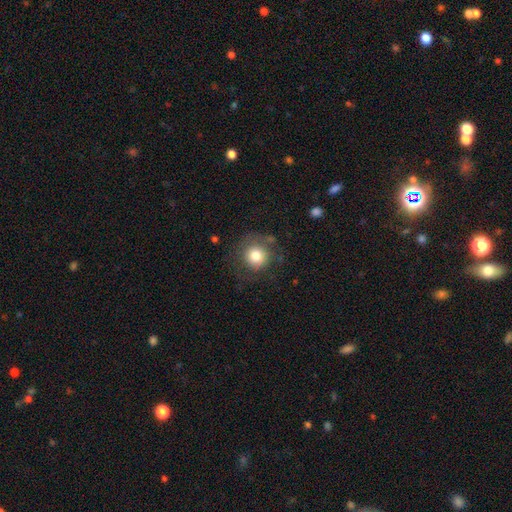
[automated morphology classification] This is likely a smooth galaxy (77%). How rounded: clearly round (92%). Merging: likely none (72%).